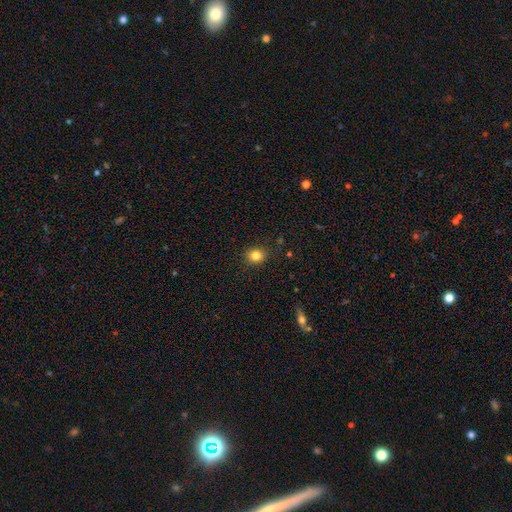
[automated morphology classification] A smooth galaxy with no disk features (83%) that is round (75%).

Vote fractions:
- Smooth or featured? smooth: 83% / star or artifact: 11% / featured or disk: 6%
- How rounded? round: 75% / in between: 24% / cigar-shaped: 1%
- Merging? none: 88% / minor disturbance: 9% / major disturbance: 2% / merger: 1%